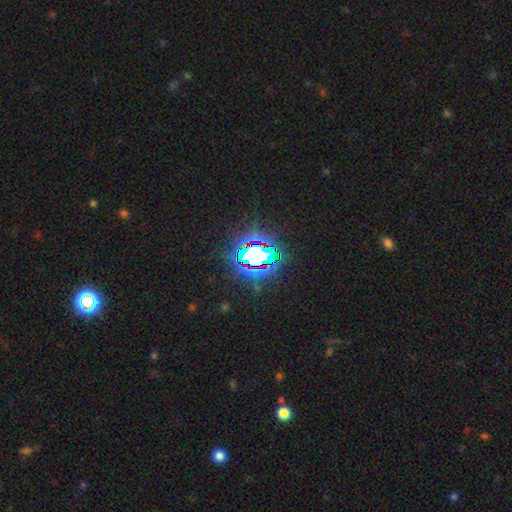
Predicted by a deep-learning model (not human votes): This is likely a star or artifact rather than a galaxy (74%).